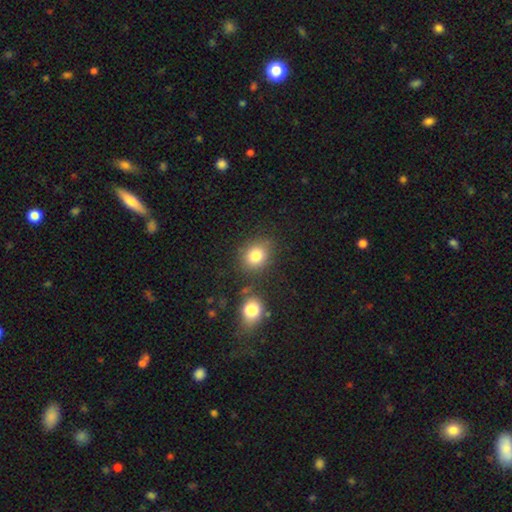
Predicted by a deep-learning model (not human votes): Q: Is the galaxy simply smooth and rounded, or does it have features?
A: smooth — 82%.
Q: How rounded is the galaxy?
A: round — 56%.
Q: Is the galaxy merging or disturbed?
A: none — 73%.